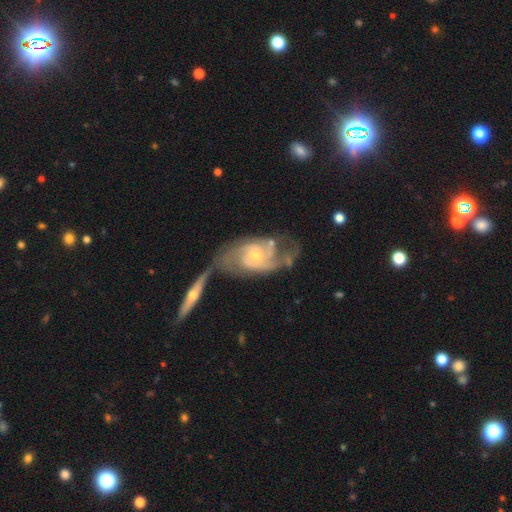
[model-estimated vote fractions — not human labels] smooth_or_featured: featured or disk (p=0.89) [alt: smooth p=0.06]
disk_edge_on: no (p=0.96) [alt: yes p=0.04]
bar: no (p=0.63) [alt: weak p=0.31]
has_spiral_arms: yes (p=0.96) [alt: no p=0.04]
spiral_winding: tight (p=0.44) [alt: medium p=0.42]
spiral_arm_count: 2 (p=0.59) [alt: can't tell p=0.15]
bulge_size: small (p=0.64) [alt: moderate p=0.32]
merging: merger (p=0.36) [alt: none p=0.30]